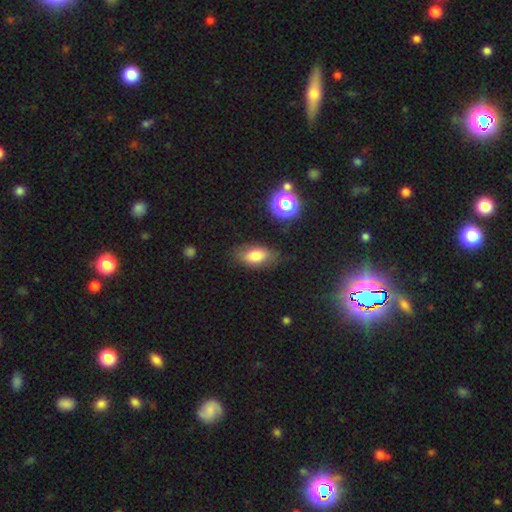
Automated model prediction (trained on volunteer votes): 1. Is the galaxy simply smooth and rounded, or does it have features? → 77% smooth, 13% featured or disk, 10% star or artifact.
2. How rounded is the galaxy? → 87% in between, 9% round, 5% cigar-shaped.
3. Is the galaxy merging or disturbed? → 75% none, 17% minor disturbance, 5% major disturbance, 2% merger.